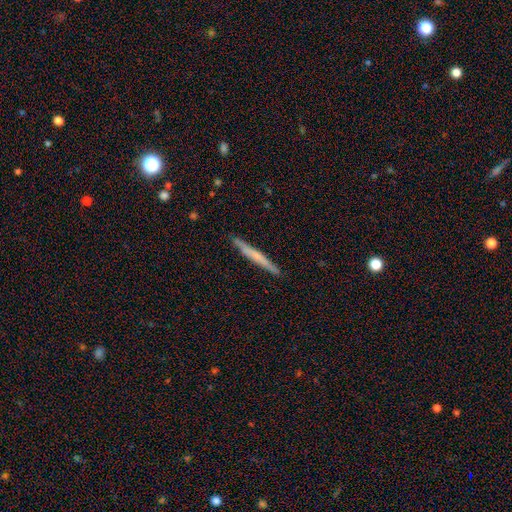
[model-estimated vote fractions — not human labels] A smooth galaxy with no disk features (54%) that is cigar-shaped (97%).

Vote fractions:
- Smooth or featured? smooth: 54% / featured or disk: 41% / star or artifact: 6%
- How rounded? cigar-shaped: 97% / in between: 2% / round: 1%
- Merging? none: 91% / minor disturbance: 7% / major disturbance: 1% / merger: 1%